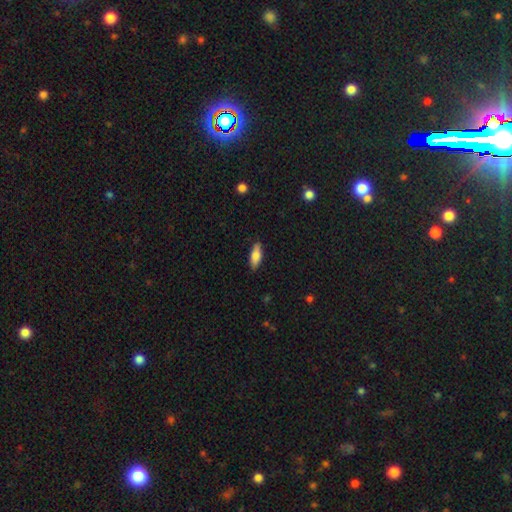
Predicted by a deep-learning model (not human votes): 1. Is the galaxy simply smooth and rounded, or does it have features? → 77% smooth, 17% featured or disk, 6% star or artifact.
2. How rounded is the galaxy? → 68% in between, 29% cigar-shaped, 2% round.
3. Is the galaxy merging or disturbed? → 86% none, 11% minor disturbance, 2% major disturbance, 1% merger.